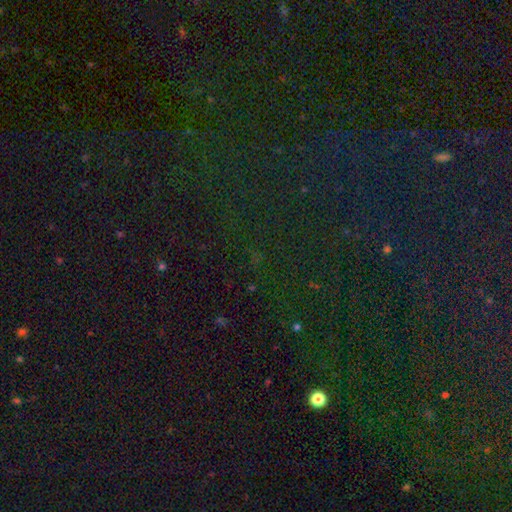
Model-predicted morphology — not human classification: star or artifact 82%, smooth 11%, featured or disk 7%.